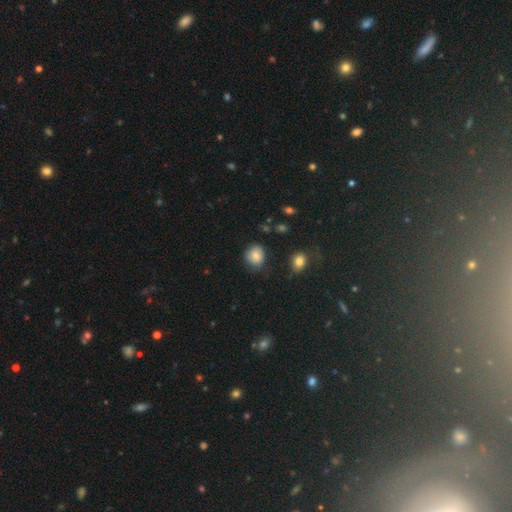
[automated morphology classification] Q: Smooth or featured?
A: smooth (80%); runner-up: featured or disk (11%)
Q: How rounded?
A: round (72%); runner-up: in between (27%)
Q: Merging?
A: none (65%); runner-up: minor disturbance (25%)